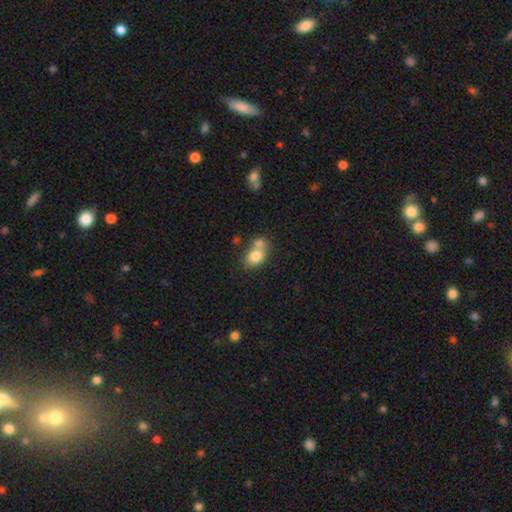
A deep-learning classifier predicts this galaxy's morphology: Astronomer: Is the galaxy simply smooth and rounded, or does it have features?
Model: smooth — 78%.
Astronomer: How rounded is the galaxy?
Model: in between — 62%.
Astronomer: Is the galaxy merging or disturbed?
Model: merger — 50% (runner-up: none, 35%).